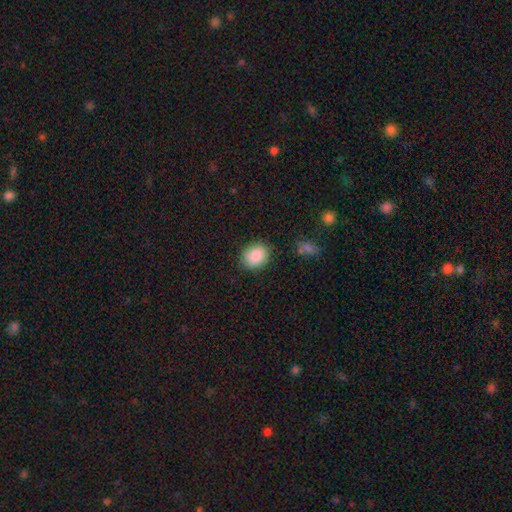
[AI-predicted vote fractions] A smooth galaxy with no disk features (87%) that is in between round and cigar-shaped (54%).

Vote fractions:
- Smooth or featured? smooth: 87% / star or artifact: 7% / featured or disk: 5%
- How rounded? in between: 54% / round: 45% / cigar-shaped: 1%
- Merging? none: 85% / minor disturbance: 10% / major disturbance: 3% / merger: 2%